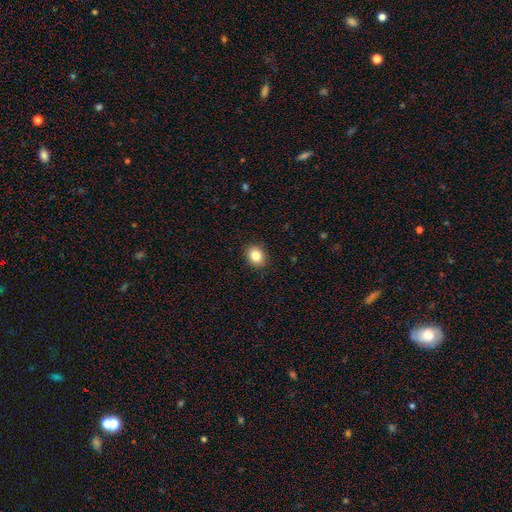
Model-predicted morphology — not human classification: smooth_or_featured: smooth (p=0.84) [alt: star or artifact p=0.10]
how_rounded: round (p=0.55) [alt: in between p=0.45]
merging: none (p=0.91) [alt: minor disturbance p=0.07]